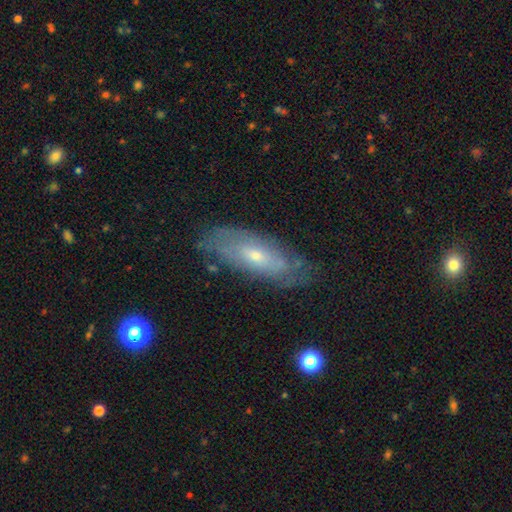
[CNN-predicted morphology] The model was most divided on "bulge size": small: 59%, moderate: 37%, large: 2%, none: 1%, dominant: 1%. More confident: edge-on disk — no (79%); merging — none (75%); spiral arms — yes (70%); bar — no (67%); smooth or featured — featured or disk (63%).